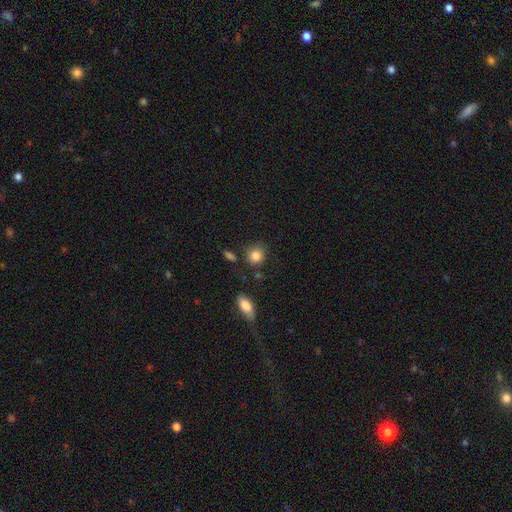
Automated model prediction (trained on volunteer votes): This is clearly a smooth galaxy (84%). How rounded: clearly round (81%). Merging: likely none (77%).